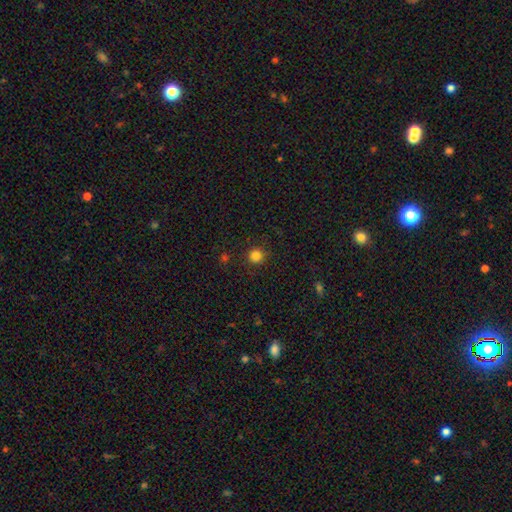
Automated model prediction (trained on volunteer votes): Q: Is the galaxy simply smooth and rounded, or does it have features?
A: smooth — 83%.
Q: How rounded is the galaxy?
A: round — 94%.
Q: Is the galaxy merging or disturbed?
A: none — 89%.